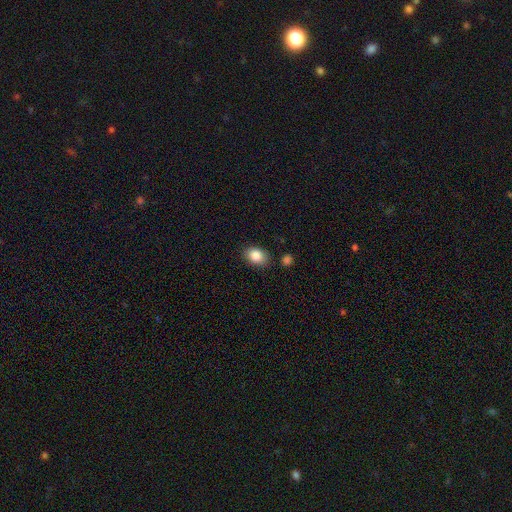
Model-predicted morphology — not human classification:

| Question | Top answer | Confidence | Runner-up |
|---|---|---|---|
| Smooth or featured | smooth | 85% | star or artifact (8%) |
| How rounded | in between | 72% | round (27%) |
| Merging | none | 83% | minor disturbance (11%) |